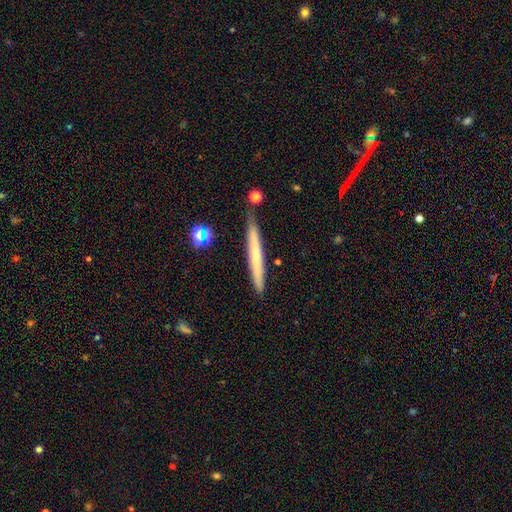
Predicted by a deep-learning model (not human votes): This appears to be a smooth galaxy with no disk features (50%) that is cigar-shaped (96%). Merging: none (84%).